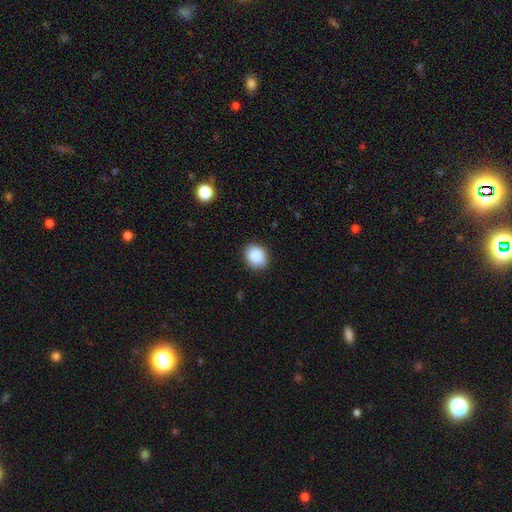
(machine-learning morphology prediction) A smooth galaxy with no disk features (89%) that is round (58%).

Vote fractions:
- Smooth or featured? smooth: 89% / star or artifact: 7% / featured or disk: 4%
- How rounded? round: 58% / in between: 41% / cigar-shaped: 1%
- Merging? none: 87% / minor disturbance: 9% / major disturbance: 2% / merger: 1%